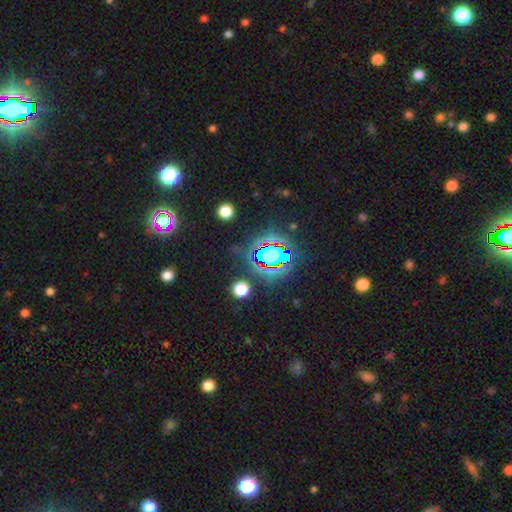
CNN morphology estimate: This appears to be a star or artifact, not a galaxy (79%).